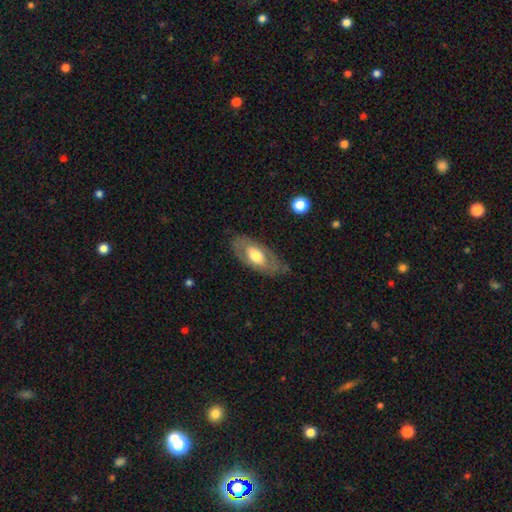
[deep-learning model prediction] smooth_or_featured: smooth (p=0.48) [alt: featured or disk p=0.47]
merging: none (p=0.74) [alt: minor disturbance p=0.18]